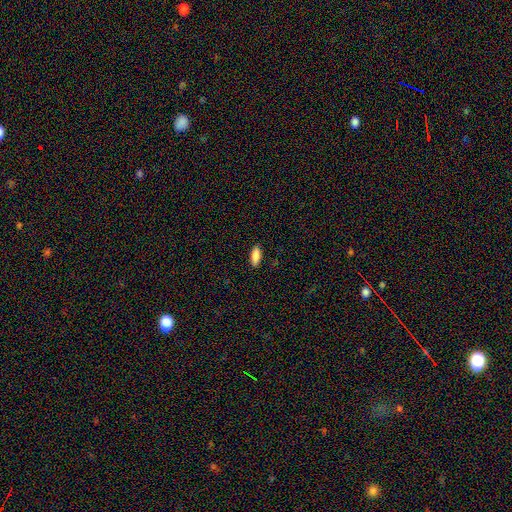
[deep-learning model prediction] The model was most divided on "how rounded": in between: 73%, cigar-shaped: 25%, round: 2%. More confident: merging — none (88%); smooth or featured — smooth (87%).